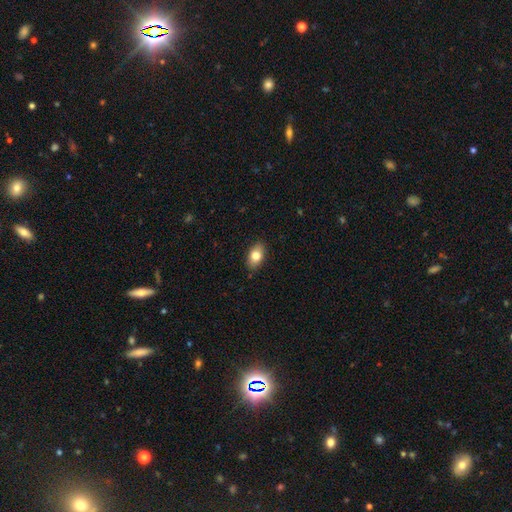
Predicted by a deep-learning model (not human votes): A smooth galaxy with no disk features (80%) that is in between round and cigar-shaped (89%).

Vote fractions:
- Smooth or featured? smooth: 80% / featured or disk: 13% / star or artifact: 8%
- How rounded? in between: 89% / round: 9% / cigar-shaped: 3%
- Merging? none: 88% / minor disturbance: 9% / major disturbance: 2% / merger: 1%